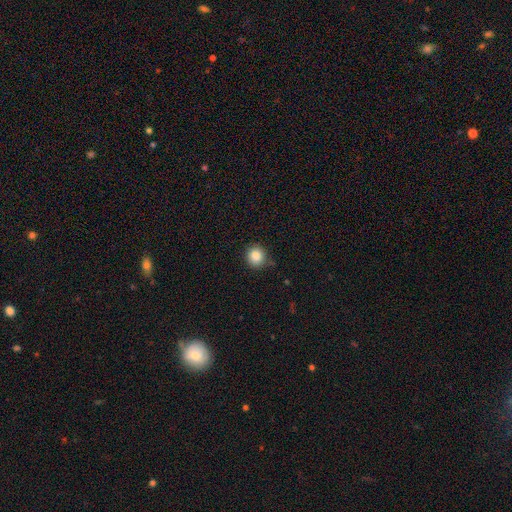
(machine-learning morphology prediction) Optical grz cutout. It shows a smooth galaxy with no disk features (86%) that is round (90%). Merging: none (82%).